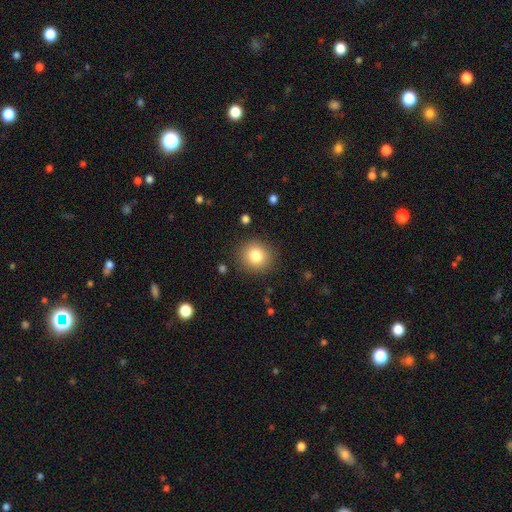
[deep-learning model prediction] A smooth galaxy with no disk features (82%) that is round (89%). Merging: none (89%).